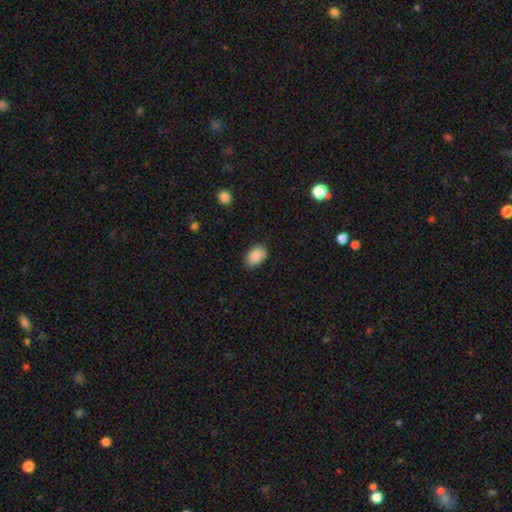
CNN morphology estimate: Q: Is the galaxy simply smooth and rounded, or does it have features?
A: smooth — 87%.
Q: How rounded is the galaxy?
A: in between — 87%.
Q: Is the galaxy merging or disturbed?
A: none — 76%.